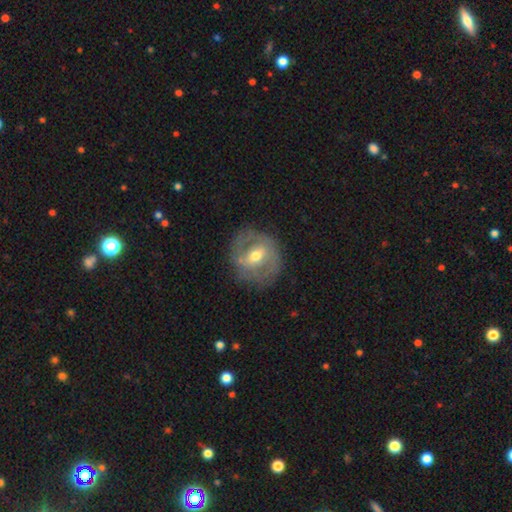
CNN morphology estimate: Smooth or featured? Predicted: featured or disk (p=0.69). Edge-on disk? Predicted: no (p=0.95). Bar? Predicted: weak (p=0.44). Spiral arms? Predicted: yes (p=0.59). Bulge size? Predicted: moderate (p=0.68). Merging? Predicted: none (p=0.77).